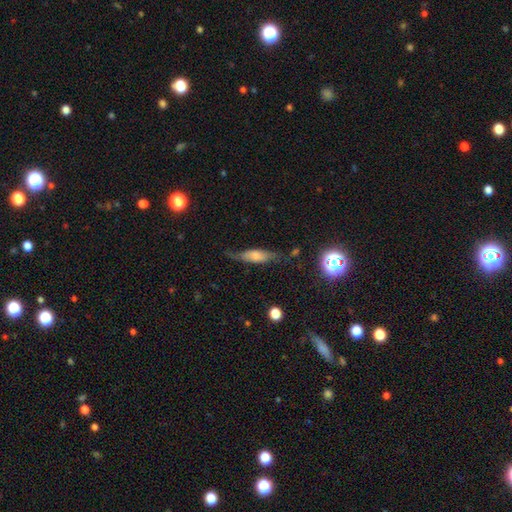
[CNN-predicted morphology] Overall: smooth (53%; featured or disk 39%). How rounded: in between (49%; cigar-shaped 48%). Merging: none (62%; minor disturbance 26%).